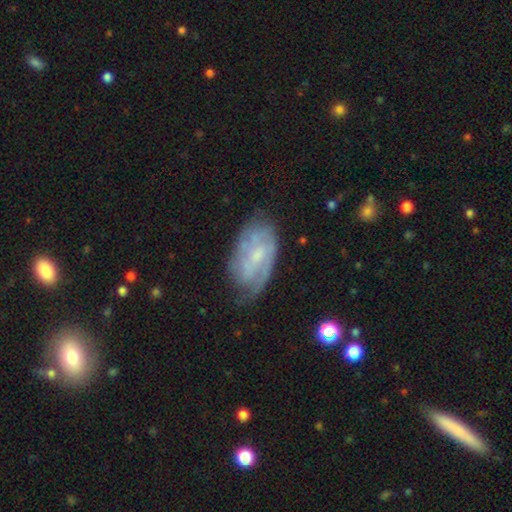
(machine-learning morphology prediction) Smooth or featured? featured or disk (68%)
Edge-on disk? no (95%)
Bar? no (46%)
Spiral arms? yes (80%)
Spiral winding? tight (46%)
Spiral arm count? can't tell (43%)
Bulge size? small (57%)
Merging? none (57%)